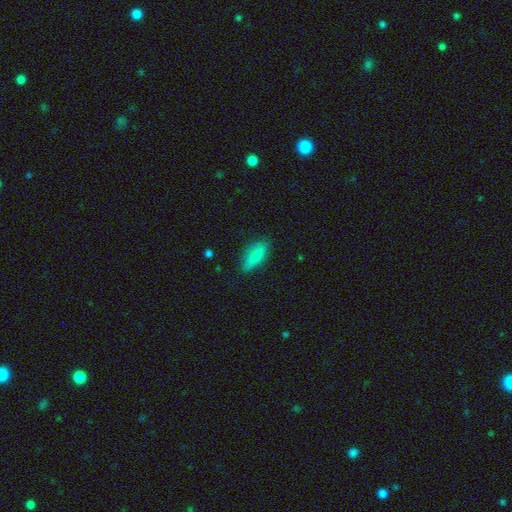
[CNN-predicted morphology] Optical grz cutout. It shows a smooth galaxy with no disk features (80%) that is in between round and cigar-shaped (63%). Merging: none (78%).